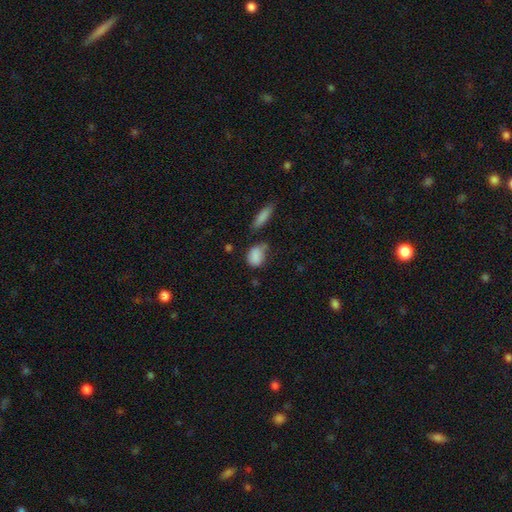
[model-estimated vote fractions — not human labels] smooth_or_featured: smooth (p=0.84) [alt: star or artifact p=0.09]
how_rounded: in between (p=0.74) [alt: round p=0.24]
merging: none (p=0.46) [alt: minor disturbance p=0.31]